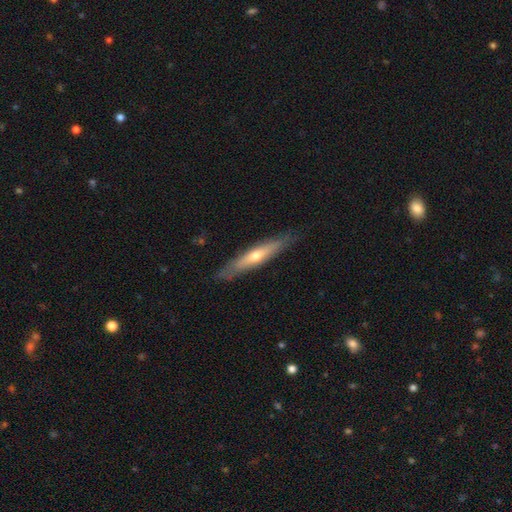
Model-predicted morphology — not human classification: A featured or disk galaxy (54%) viewed edge-on (85%). Merging: none (85%).